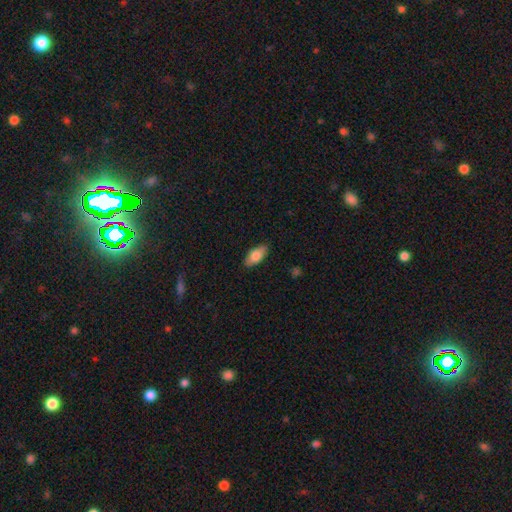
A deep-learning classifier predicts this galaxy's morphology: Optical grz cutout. It shows a smooth galaxy with no disk features (79%) that is in between round and cigar-shaped (86%). Merging: none (88%).